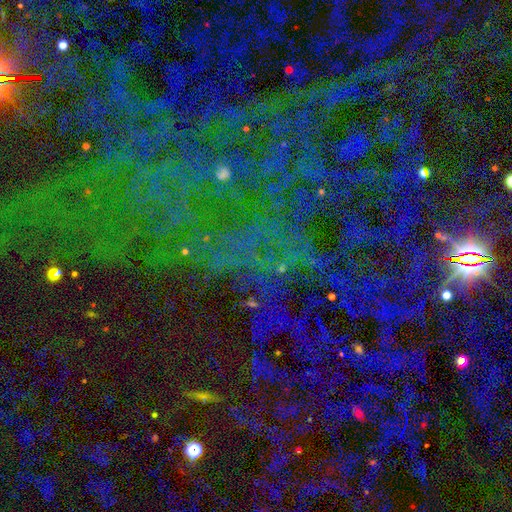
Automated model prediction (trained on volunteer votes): smooth-or-featured: star or artifact: 81% | smooth: 11% | featured or disk: 8%